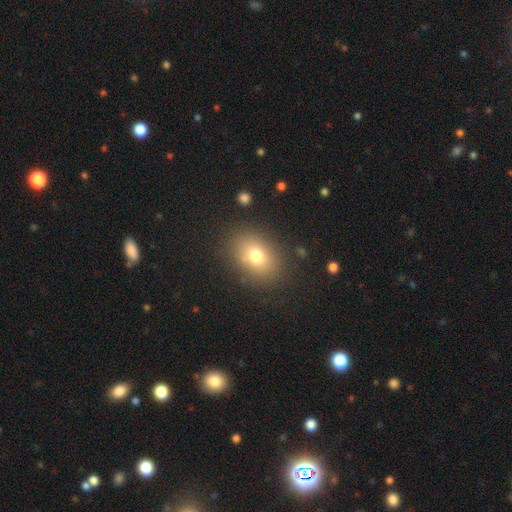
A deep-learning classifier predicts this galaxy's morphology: Smooth or featured?
  - smooth: 75% *
  - featured or disk: 13%
  - star or artifact: 12%
How rounded?
  - in between: 70% *
  - round: 29%
  - cigar-shaped: 1%
Merging?
  - none: 83% *
  - minor disturbance: 11%
  - major disturbance: 4%
  - merger: 2%